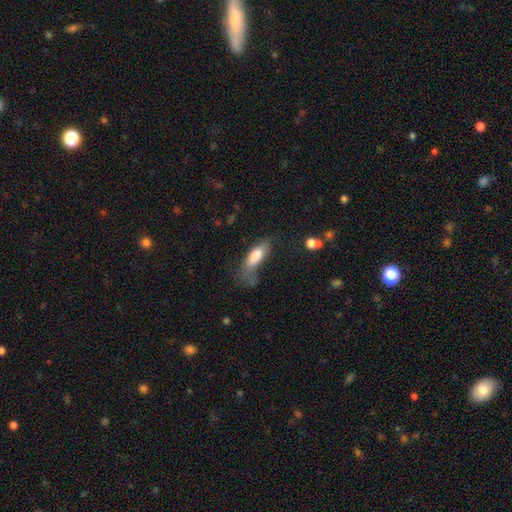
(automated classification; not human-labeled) A smooth galaxy with no disk features (78%) that is in between round and cigar-shaped (72%).

Vote fractions:
- Smooth or featured? smooth: 78% / featured or disk: 14% / star or artifact: 7%
- How rounded? in between: 72% / cigar-shaped: 25% / round: 3%
- Merging? none: 33% (tied) / major disturbance: 33% (tied) / minor disturbance: 30% / merger: 5%